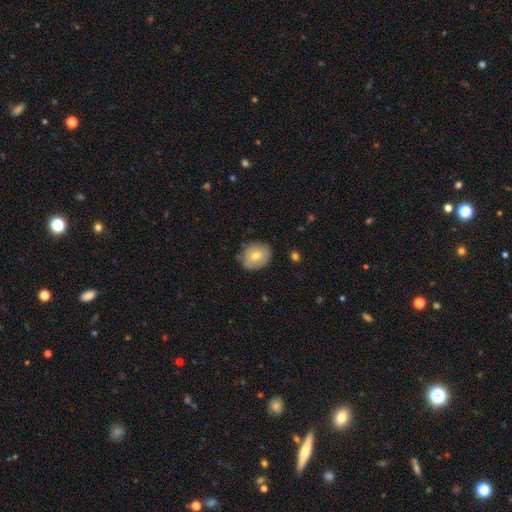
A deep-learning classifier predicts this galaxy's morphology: The model was most divided on "how rounded": round: 59%, in between: 40%, cigar-shaped: 1%. More confident: merging — none (76%); smooth or featured — smooth (66%).